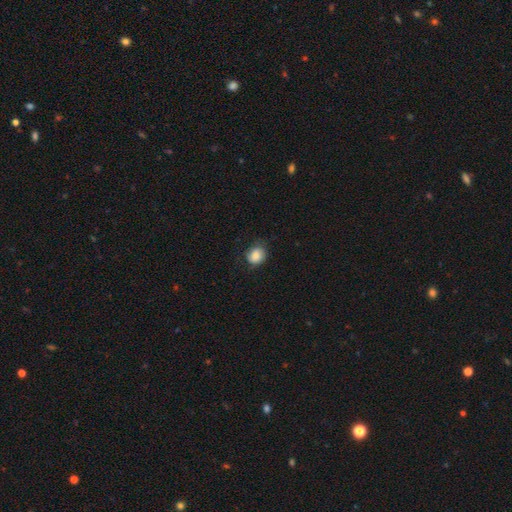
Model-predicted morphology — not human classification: A smooth galaxy with no disk features (82%) that is round (66%). Merging: none (69%).